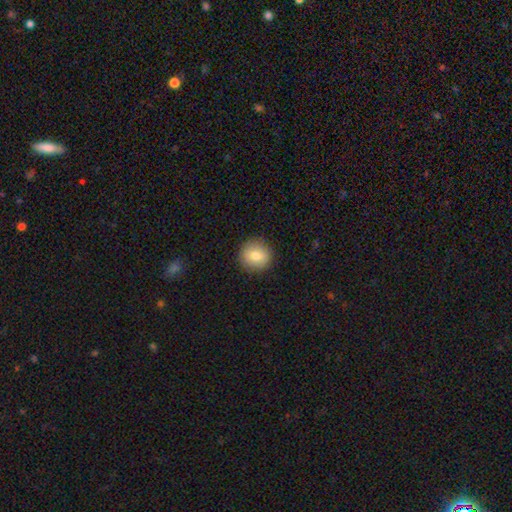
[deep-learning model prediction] The model was most divided on "smooth or featured": smooth: 79%, featured or disk: 12%, star or artifact: 9%. More confident: how rounded — round (92%); merging — none (90%).